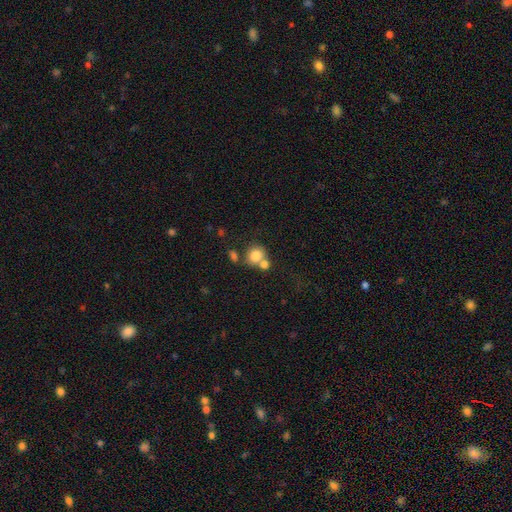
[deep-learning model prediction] Q: Smooth or featured?
A: smooth (79%); runner-up: featured or disk (10%)
Q: How rounded?
A: round (75%); runner-up: in between (24%)
Q: Merging?
A: none (44%); runner-up: merger (42%)